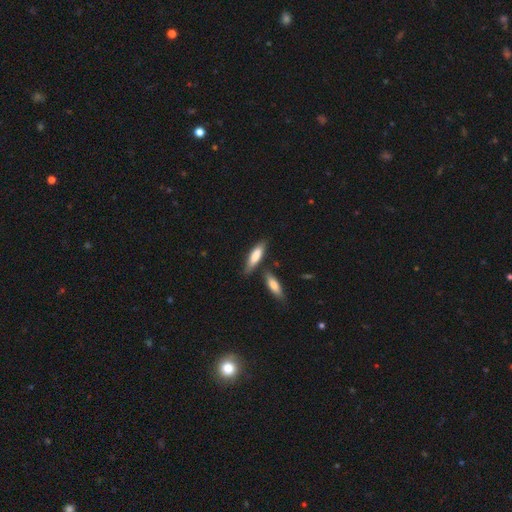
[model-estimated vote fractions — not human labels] Q: Smooth or featured?
A: smooth (77%); runner-up: featured or disk (18%)
Q: How rounded?
A: cigar-shaped (58%); runner-up: in between (40%)
Q: Merging?
A: none (65%); runner-up: minor disturbance (17%)